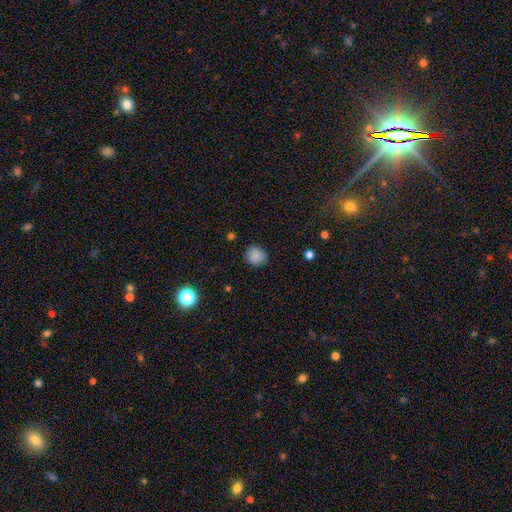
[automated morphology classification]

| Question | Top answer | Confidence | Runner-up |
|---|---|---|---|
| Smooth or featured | smooth | 86% | star or artifact (10%) |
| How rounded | round | 81% | in between (18%) |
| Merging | none | 85% | minor disturbance (11%) |